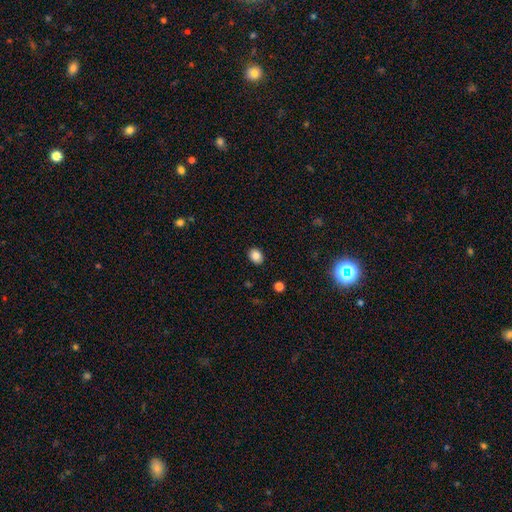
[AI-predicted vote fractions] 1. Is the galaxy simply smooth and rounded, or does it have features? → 85% smooth, 9% star or artifact, 6% featured or disk.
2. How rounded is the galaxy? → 60% in between, 40% round, 1% cigar-shaped.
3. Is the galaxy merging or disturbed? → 89% none, 8% minor disturbance, 2% major disturbance, 1% merger.